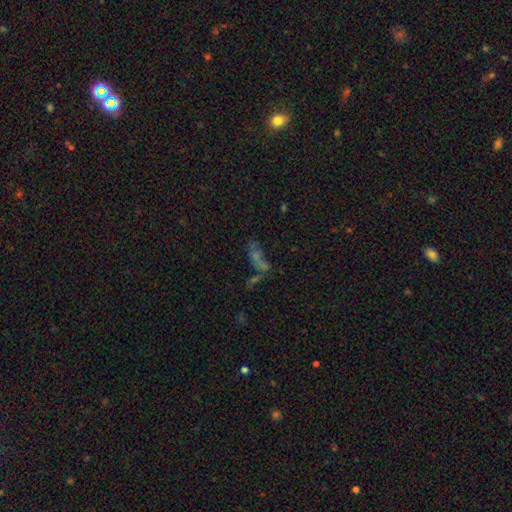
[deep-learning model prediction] smooth-or-featured: smooth: 38% | star or artifact: 33% | featured or disk: 28%
  merging: none: 38% | merger: 31% | major disturbance: 17% | minor disturbance: 15%